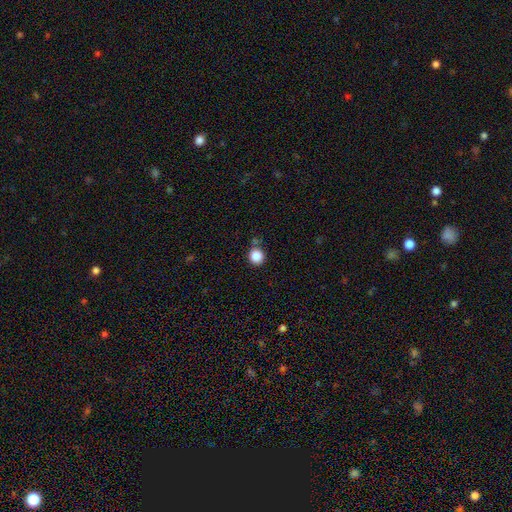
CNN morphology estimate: smooth 86%, star or artifact 11%, featured or disk 3%. Down the decision tree: how rounded — round (92%); merging — none (79%).